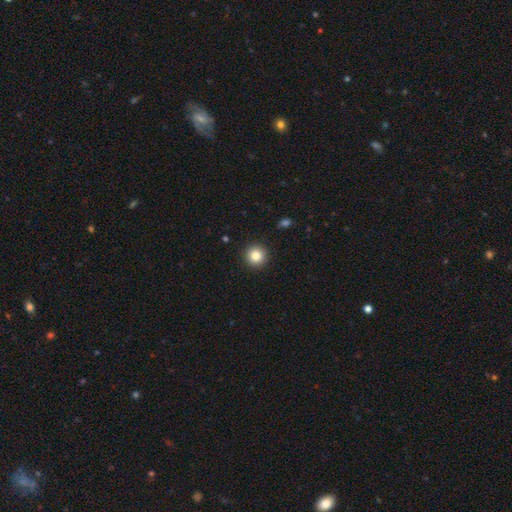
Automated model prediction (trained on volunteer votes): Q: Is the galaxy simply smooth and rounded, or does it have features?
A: smooth — 84%.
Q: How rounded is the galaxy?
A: round — 95%.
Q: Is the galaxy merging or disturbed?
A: none — 92%.